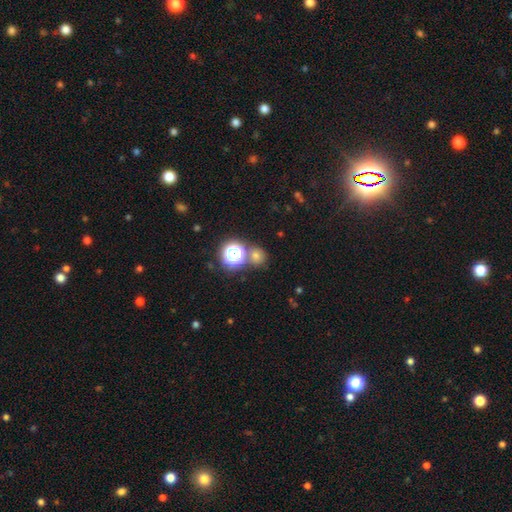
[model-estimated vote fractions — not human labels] The model was most divided on "smooth or featured": smooth: 59%, star or artifact: 35%, featured or disk: 6%. More confident: how rounded — round (86%); merging — none (73%).